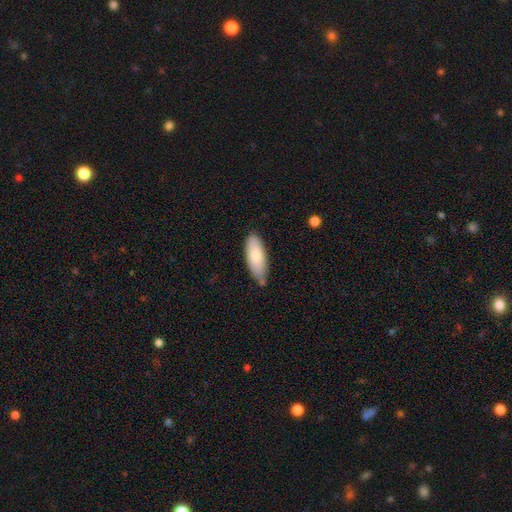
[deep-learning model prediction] The model was most divided on "merging": none: 69%, minor disturbance: 23%, merger: 5%, major disturbance: 3%. More confident: smooth or featured — smooth (78%); how rounded — in between (73%).